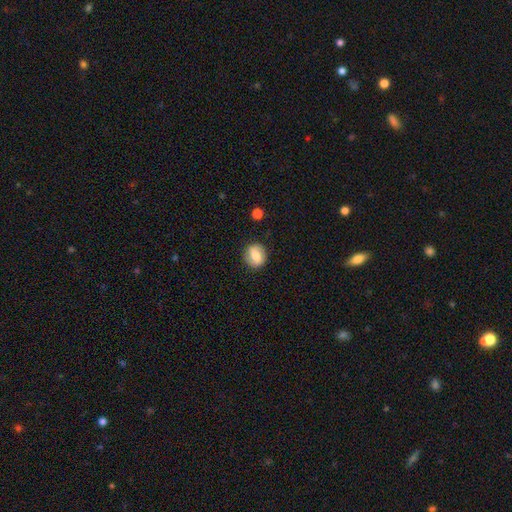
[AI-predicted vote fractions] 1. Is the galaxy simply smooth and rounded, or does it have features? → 61% smooth, 31% featured or disk, 8% star or artifact.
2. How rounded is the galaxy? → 76% round, 23% in between, 1% cigar-shaped.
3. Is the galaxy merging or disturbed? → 83% none, 12% minor disturbance, 3% major disturbance, 2% merger.